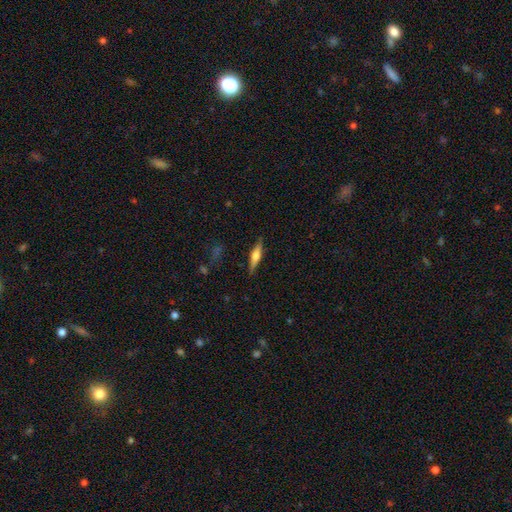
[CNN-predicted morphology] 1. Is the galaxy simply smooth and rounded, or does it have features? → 59% featured or disk, 35% smooth, 6% star or artifact.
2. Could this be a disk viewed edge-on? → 96% yes, 4% no.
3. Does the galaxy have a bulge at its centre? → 86% rounded, 11% boxy, 3% none.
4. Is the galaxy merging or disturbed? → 87% none, 10% minor disturbance, 2% major disturbance, 1% merger.